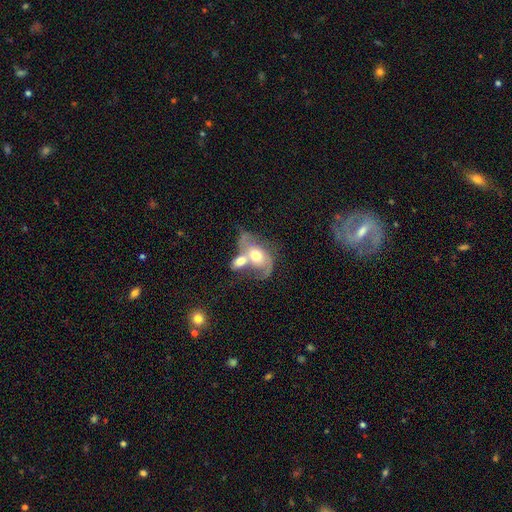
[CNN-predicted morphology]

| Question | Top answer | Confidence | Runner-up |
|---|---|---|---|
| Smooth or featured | featured or disk | 59% | smooth (34%) |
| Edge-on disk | no | 95% | yes (5%) |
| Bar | no | 73% | weak (21%) |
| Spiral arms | yes | 71% | no (29%) |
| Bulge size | moderate | 67% | large (17%) |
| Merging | merger | 71% | none (13%) |